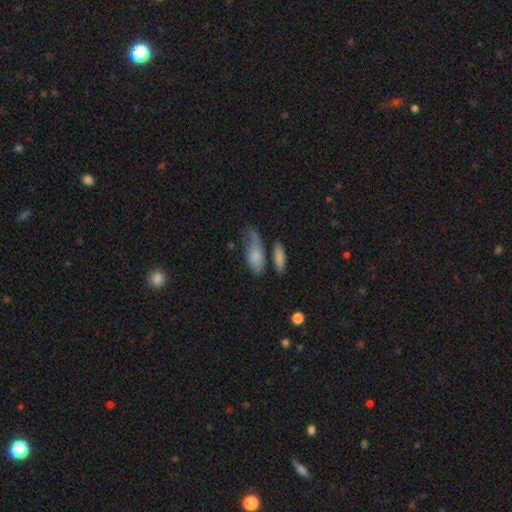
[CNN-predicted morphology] The model was most divided on "merging": none: 38%, minor disturbance: 29%, major disturbance: 19%, merger: 14%. More confident: how rounded — in between (75%); smooth or featured — smooth (71%).